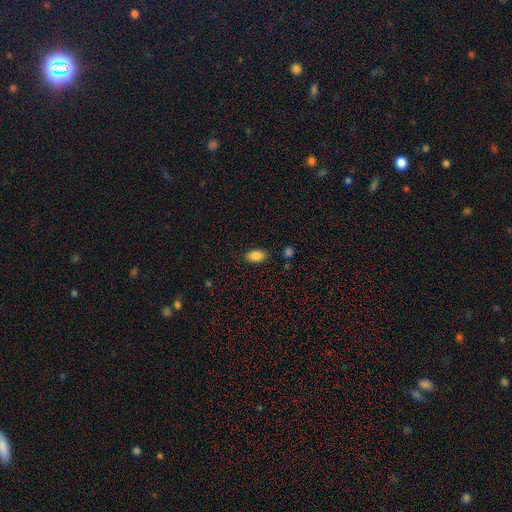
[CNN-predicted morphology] Smooth or featured? smooth (87%)
How rounded? in between (91%)
Merging? none (84%)